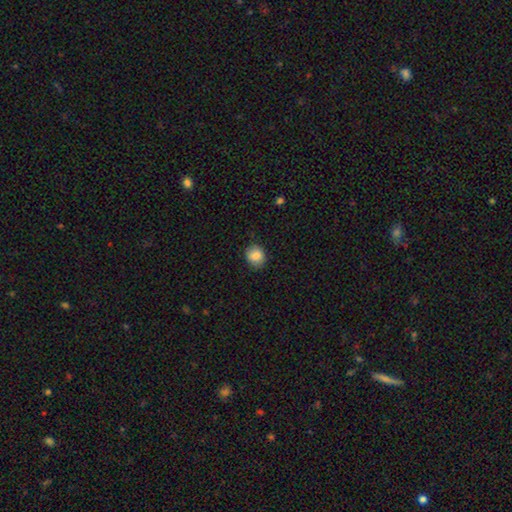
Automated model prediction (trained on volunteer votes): Smooth or featured? Predicted: smooth (p=0.85). How rounded? Predicted: round (p=0.75). Merging? Predicted: none (p=0.83).